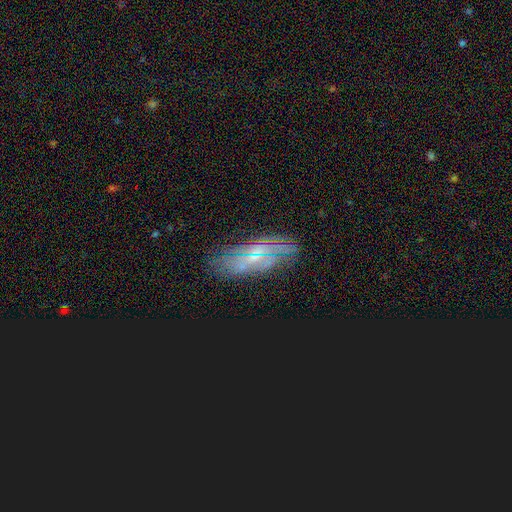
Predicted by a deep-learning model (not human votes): Overall: featured or disk (40%; star or artifact 33%). Merging: none (79%).